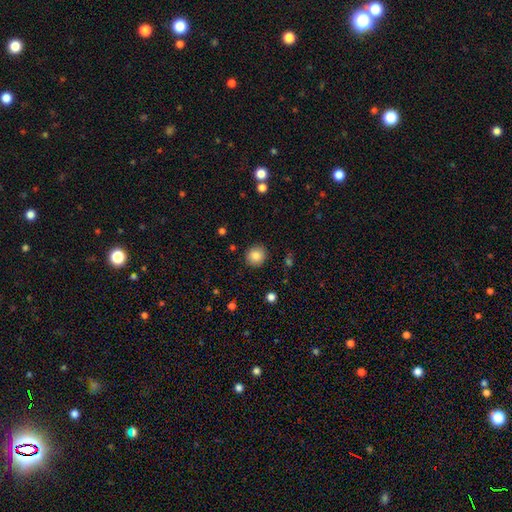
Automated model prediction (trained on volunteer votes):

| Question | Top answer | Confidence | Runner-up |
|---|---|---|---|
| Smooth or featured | smooth | 85% | star or artifact (9%) |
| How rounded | round | 90% | in between (9%) |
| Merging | none | 90% | minor disturbance (7%) |